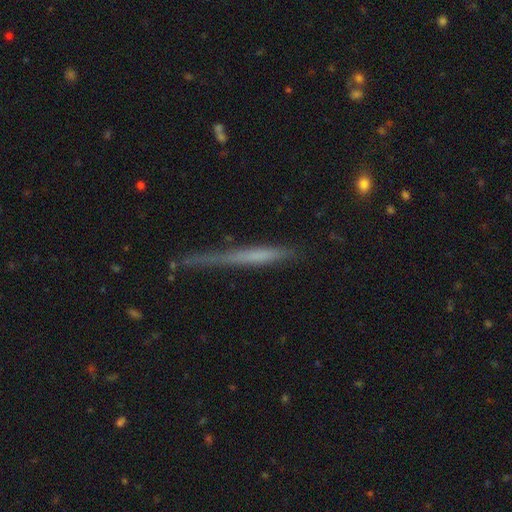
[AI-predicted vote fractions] smooth 48%, featured or disk 44%, star or artifact 9%. Down the decision tree: merging — none (64%).